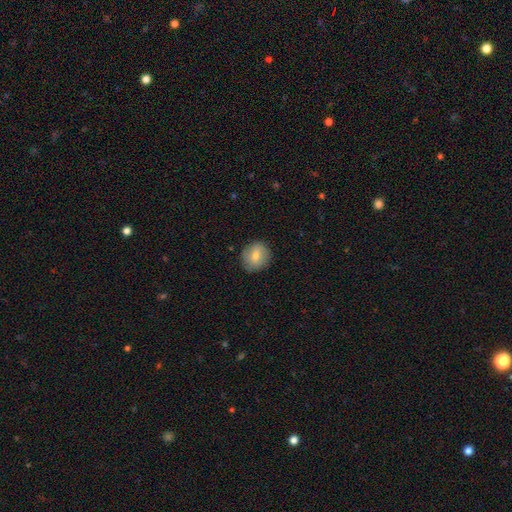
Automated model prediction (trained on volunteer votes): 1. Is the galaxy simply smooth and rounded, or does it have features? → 74% smooth, 18% featured or disk, 8% star or artifact.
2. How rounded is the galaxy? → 81% round, 18% in between, 1% cigar-shaped.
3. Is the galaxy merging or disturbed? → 85% none, 11% minor disturbance, 3% major disturbance, 1% merger.